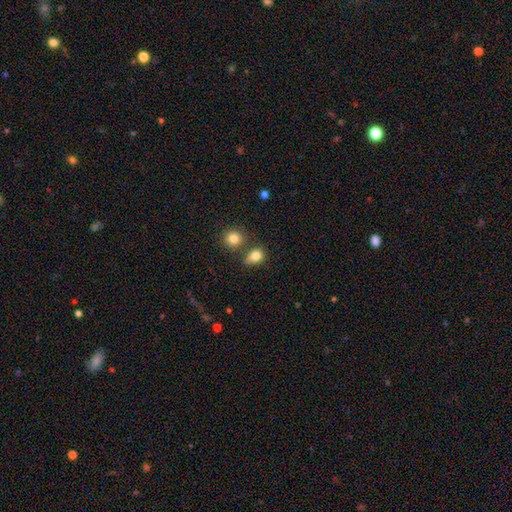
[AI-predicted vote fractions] Overall: smooth (81%). How rounded: in between (49%, tied with round). Merging: none (54%; minor disturbance 21%).